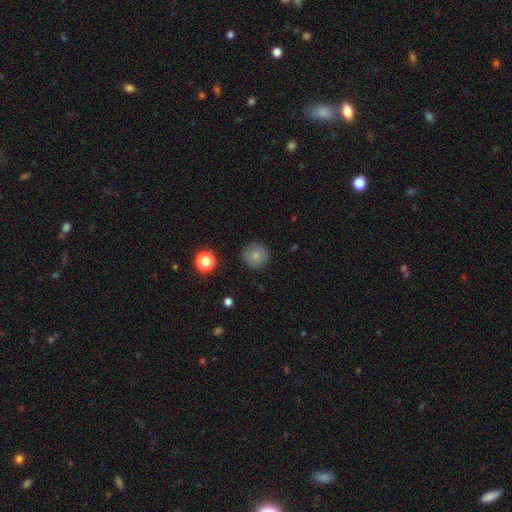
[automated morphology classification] Smooth or featured?
  - smooth: 80% *
  - star or artifact: 11%
  - featured or disk: 9%
How rounded?
  - round: 95% *
  - in between: 4%
  - cigar-shaped: 1%
Merging?
  - none: 90% *
  - minor disturbance: 7%
  - major disturbance: 2%
  - merger: 1%